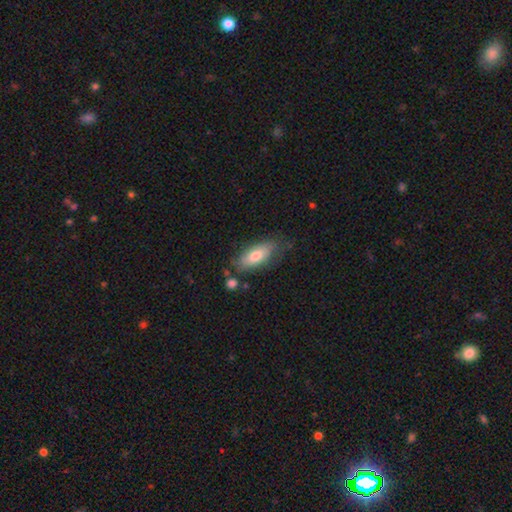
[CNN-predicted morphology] Smooth or featured? smooth (71%)
How rounded? in between (81%)
Merging? none (68%)